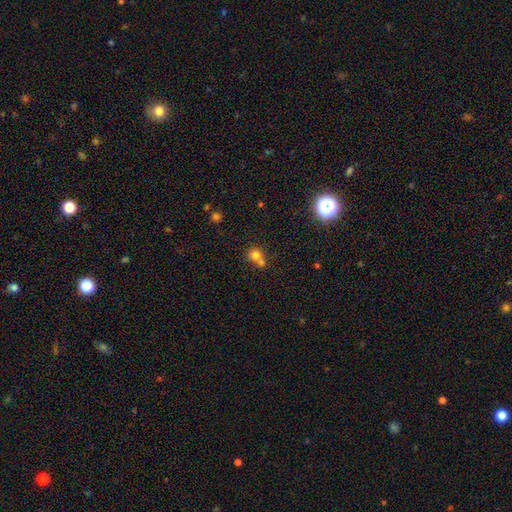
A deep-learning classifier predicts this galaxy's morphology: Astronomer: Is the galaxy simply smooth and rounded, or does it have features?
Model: smooth — 75%.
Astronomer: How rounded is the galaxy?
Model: round — 86%.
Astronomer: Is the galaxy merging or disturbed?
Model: none — 45% (runner-up: merger, 44%).